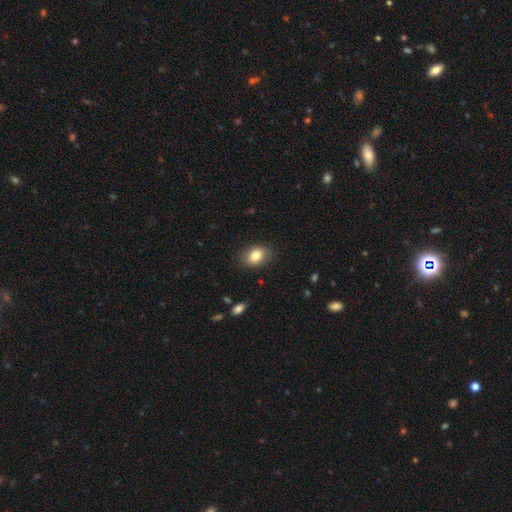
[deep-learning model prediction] Smooth or featured: smooth — 83% (featured or disk — 9%)
How rounded: in between — 70% (round — 29%)
Merging: none — 84% (minor disturbance — 12%)